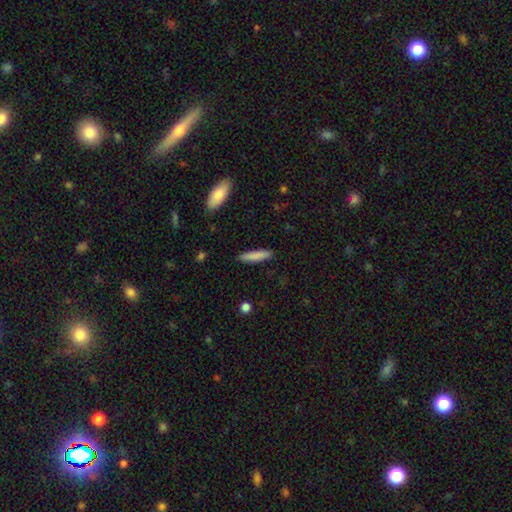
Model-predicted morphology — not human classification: Smooth or featured? smooth (83%)
How rounded? cigar-shaped (83%)
Merging? none (90%)